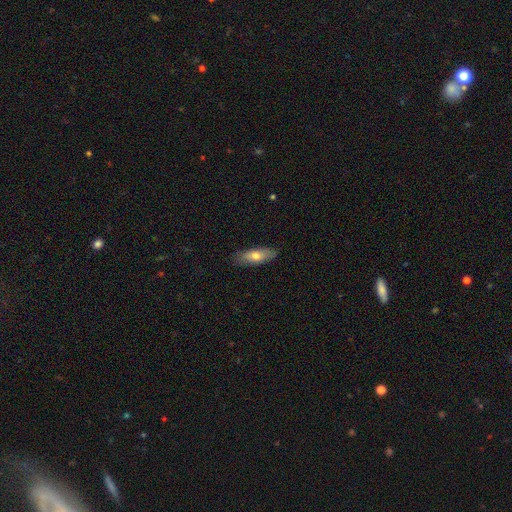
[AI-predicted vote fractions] This appears to be a smooth galaxy with no disk features (70%) that is in between round and cigar-shaped (63%). Merging: none (84%).